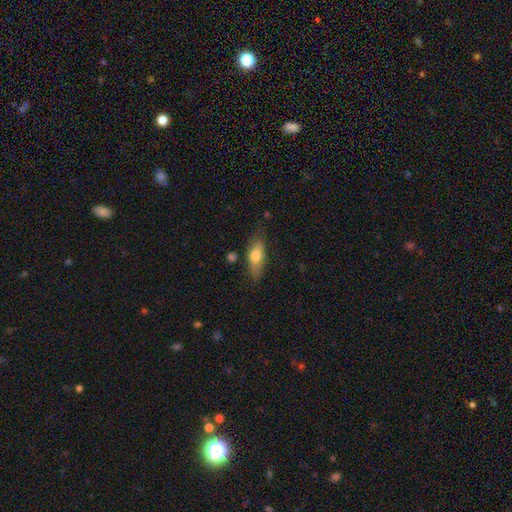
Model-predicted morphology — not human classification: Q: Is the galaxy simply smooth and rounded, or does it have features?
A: smooth — 69%.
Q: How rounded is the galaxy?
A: in between — 69%.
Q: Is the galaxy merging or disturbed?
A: none — 71%.